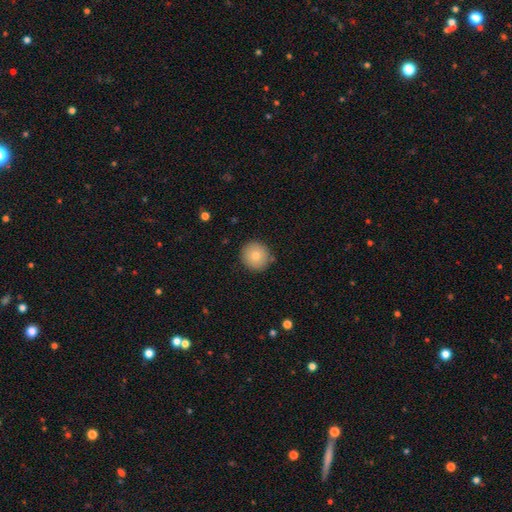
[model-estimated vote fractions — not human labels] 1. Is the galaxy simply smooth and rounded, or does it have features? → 80% smooth, 11% featured or disk, 9% star or artifact.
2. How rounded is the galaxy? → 93% round, 6% in between, 1% cigar-shaped.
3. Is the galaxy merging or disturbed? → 87% none, 9% minor disturbance, 2% major disturbance, 2% merger.